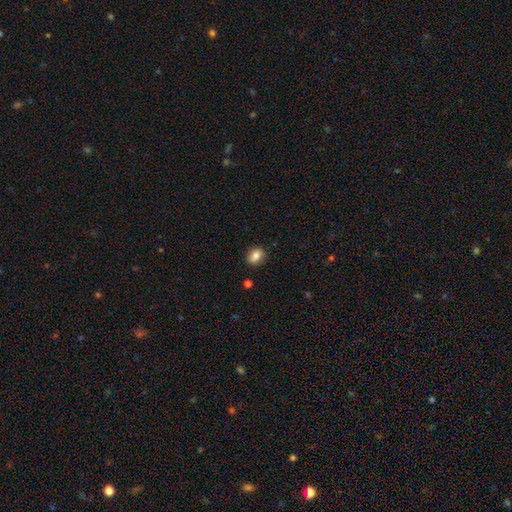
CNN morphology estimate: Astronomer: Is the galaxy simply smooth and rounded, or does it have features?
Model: smooth — 84%.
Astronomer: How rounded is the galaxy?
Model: in between — 60% (runner-up: round, 39%).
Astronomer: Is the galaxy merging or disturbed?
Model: none — 87%.